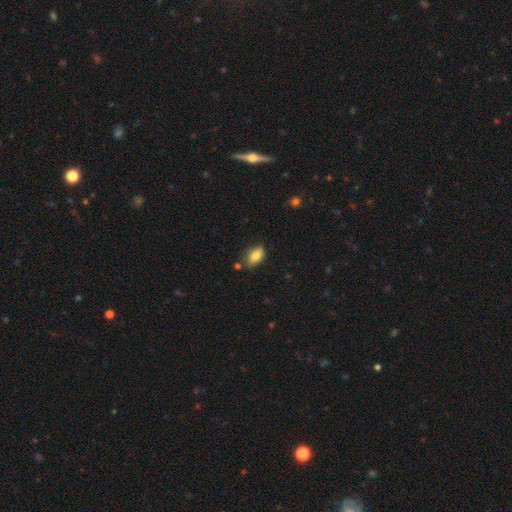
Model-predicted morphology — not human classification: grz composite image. It shows a smooth galaxy with no disk features (83%) that is in between round and cigar-shaped (90%). Merging: none (75%).